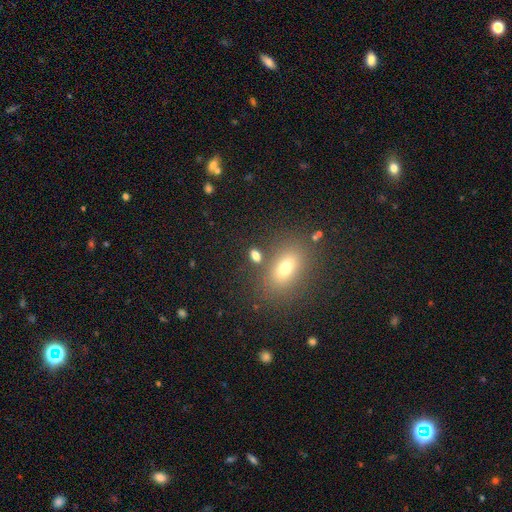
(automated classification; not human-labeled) Overall: smooth (74%). How rounded: in between (77%). Merging: none (74%).